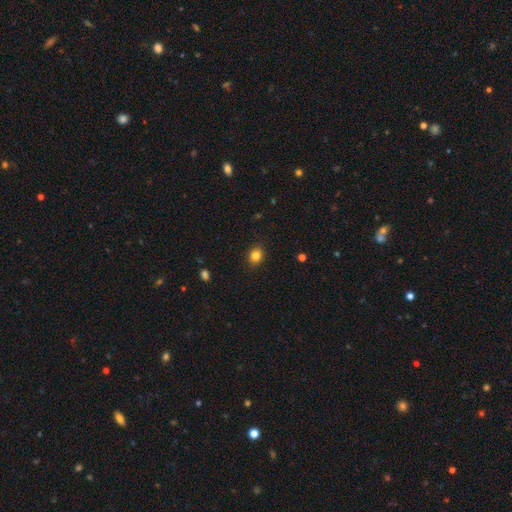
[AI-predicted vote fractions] Smooth or featured?
  - smooth: 84% *
  - star or artifact: 11%
  - featured or disk: 5%
How rounded?
  - round: 60% *
  - in between: 39%
  - cigar-shaped: 1%
Merging?
  - none: 89% *
  - minor disturbance: 8%
  - major disturbance: 2%
  - merger: 1%